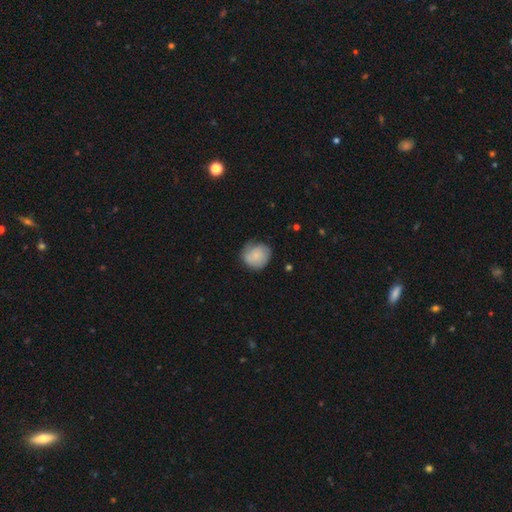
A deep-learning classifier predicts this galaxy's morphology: This appears to be a smooth galaxy with no disk features (67%) that is round (86%). Merging: none (69%).